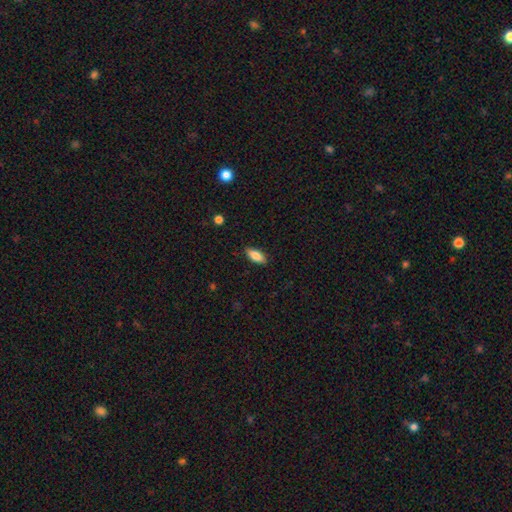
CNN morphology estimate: Overall: smooth (80%). How rounded: in between (78%). Merging: none (87%).